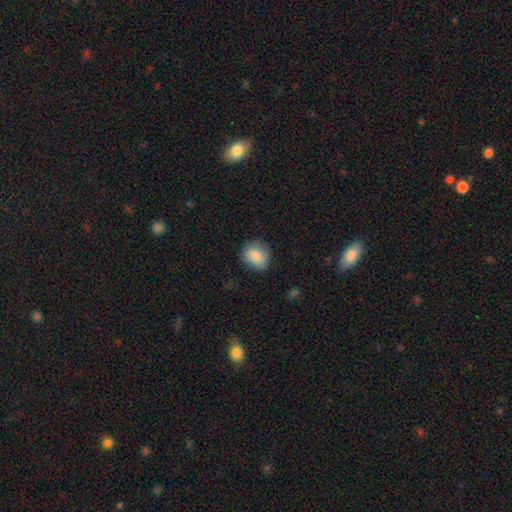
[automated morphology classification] Smooth or featured?
  - smooth: 85% *
  - star or artifact: 8%
  - featured or disk: 7%
How rounded?
  - round: 69% *
  - in between: 30%
  - cigar-shaped: 1%
Merging?
  - none: 78% *
  - minor disturbance: 17%
  - major disturbance: 4%
  - merger: 1%